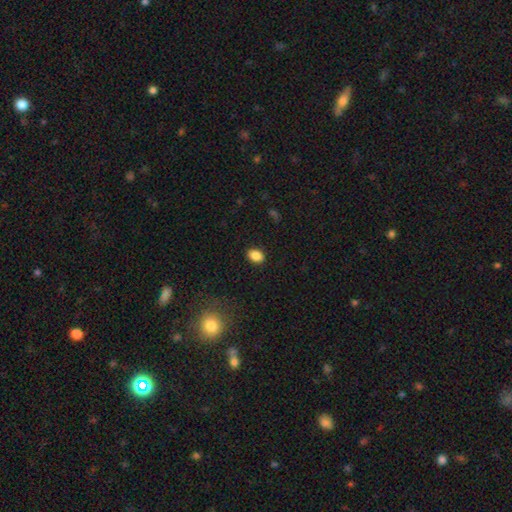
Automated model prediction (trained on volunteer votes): Smooth or featured? smooth (87%)
How rounded? in between (78%)
Merging? none (88%)